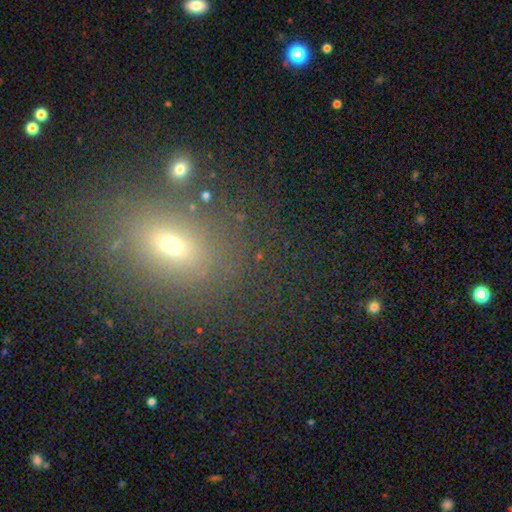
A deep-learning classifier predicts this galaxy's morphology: smooth 52%, star or artifact 33%, featured or disk 15%. Down the decision tree: how rounded — in between (59%); merging — none (78%).